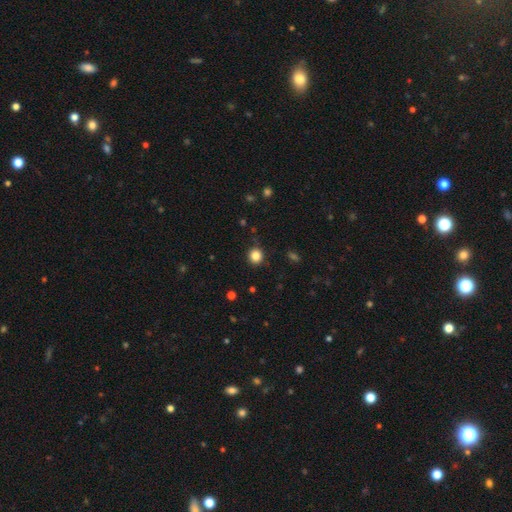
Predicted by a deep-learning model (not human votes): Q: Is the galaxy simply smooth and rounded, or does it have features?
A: smooth — 84%.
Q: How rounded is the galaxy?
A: round — 89%.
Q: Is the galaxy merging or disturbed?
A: none — 87%.